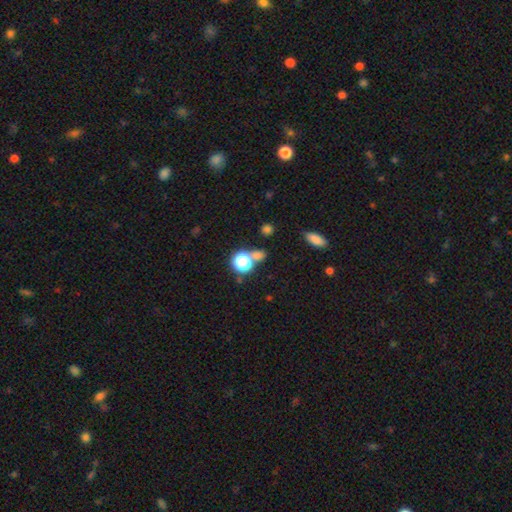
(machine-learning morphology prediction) type=smooth (61%); roundness=round (78%); merging=none (63%).